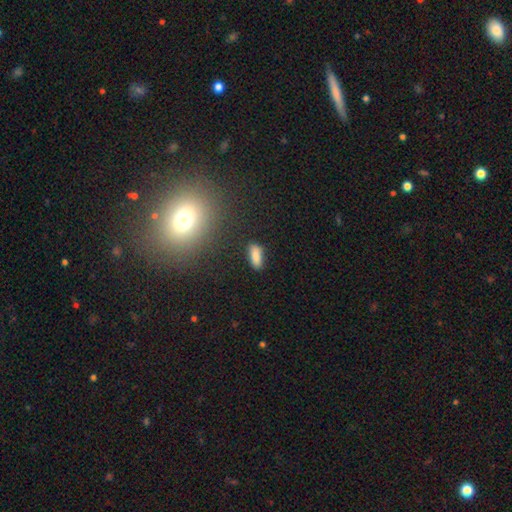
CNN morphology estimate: type=smooth (84%); roundness=in between (79%); merging=none (80%).